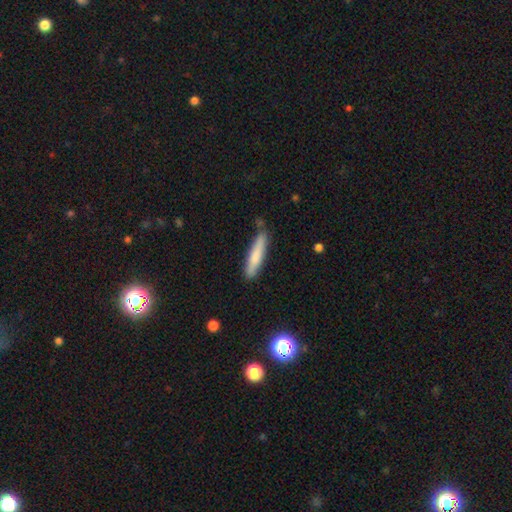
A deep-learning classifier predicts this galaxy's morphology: This appears to be a smooth galaxy with no disk features (74%) that is cigar-shaped (87%). Merging: none (76%).